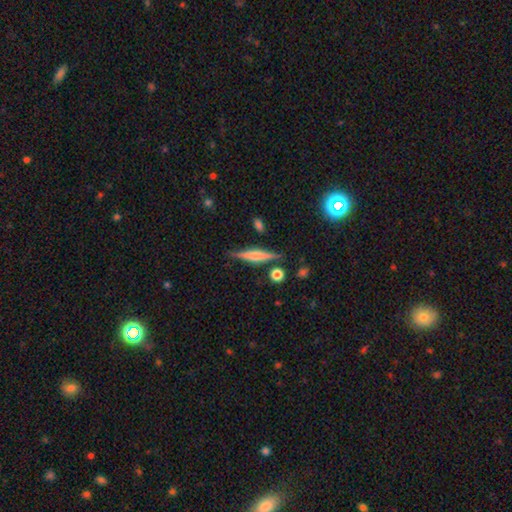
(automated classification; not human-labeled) This is possibly a featured or disk galaxy (57%). It is clearly viewed edge-on (96%). Edge-on bulge: possibly rounded (55%). Merging: clearly none (84%).